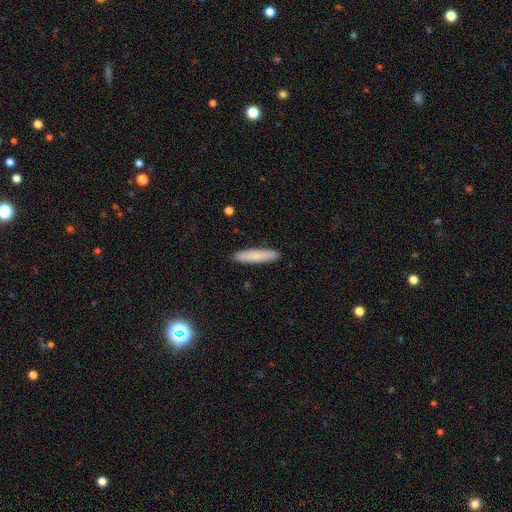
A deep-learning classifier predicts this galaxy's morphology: Smooth or featured?
  - smooth: 81% *
  - featured or disk: 12%
  - star or artifact: 7%
How rounded?
  - cigar-shaped: 87% *
  - in between: 12%
  - round: 1%
Merging?
  - none: 91% *
  - minor disturbance: 7%
  - major disturbance: 1%
  - merger: 1%